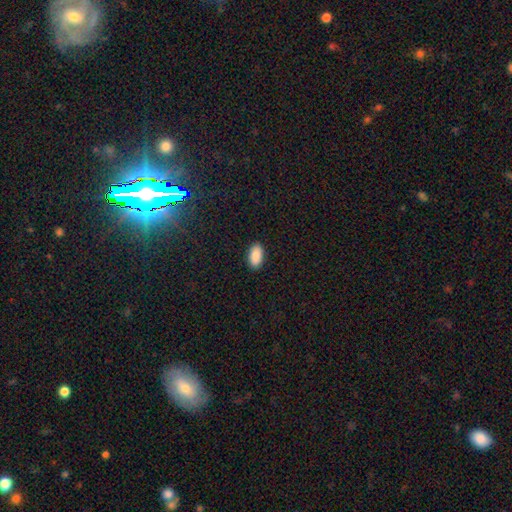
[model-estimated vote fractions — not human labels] Smooth or featured: smooth — 90% (star or artifact — 7%)
How rounded: in between — 94% (cigar-shaped — 3%)
Merging: none — 90% (minor disturbance — 7%)